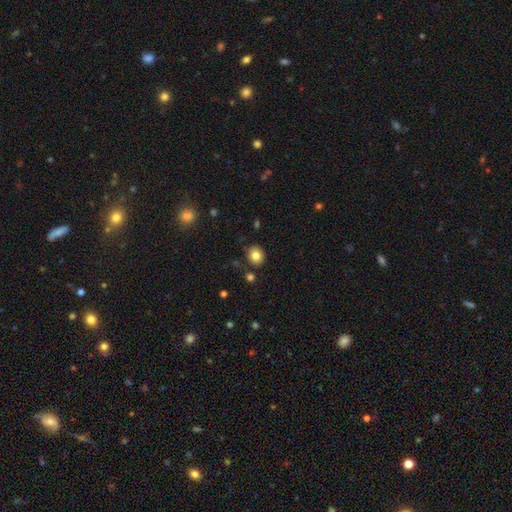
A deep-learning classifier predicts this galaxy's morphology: Smooth or featured: smooth — 81% (star or artifact — 10%)
How rounded: round — 66% (in between — 33%)
Merging: none — 85% (minor disturbance — 10%)